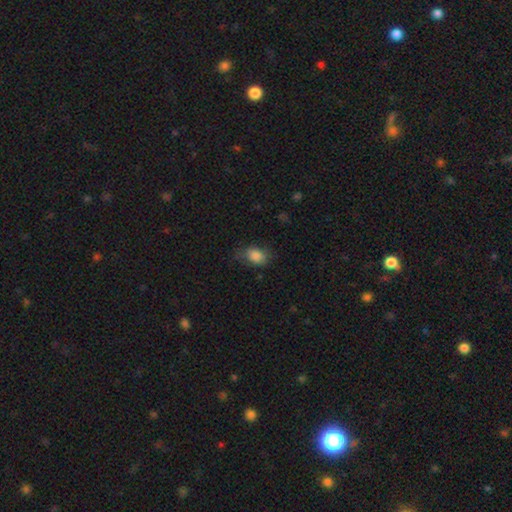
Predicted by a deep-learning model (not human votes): smooth_or_featured: smooth (p=0.85) [alt: star or artifact p=0.09]
how_rounded: in between (p=0.76) [alt: round p=0.23]
merging: none (p=0.65) [alt: minor disturbance p=0.25]